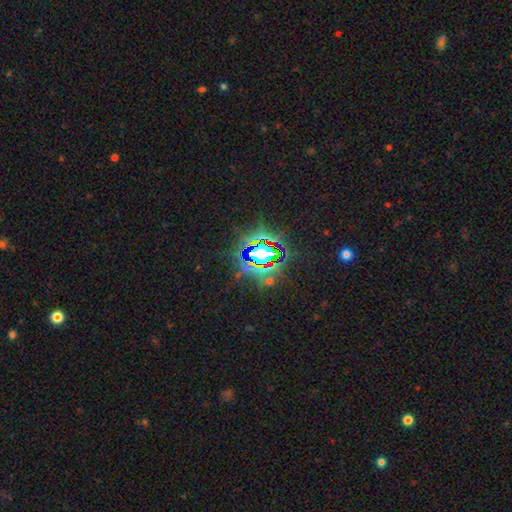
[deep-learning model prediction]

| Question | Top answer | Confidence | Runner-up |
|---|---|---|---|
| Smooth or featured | star or artifact | 80% | smooth (10%) |